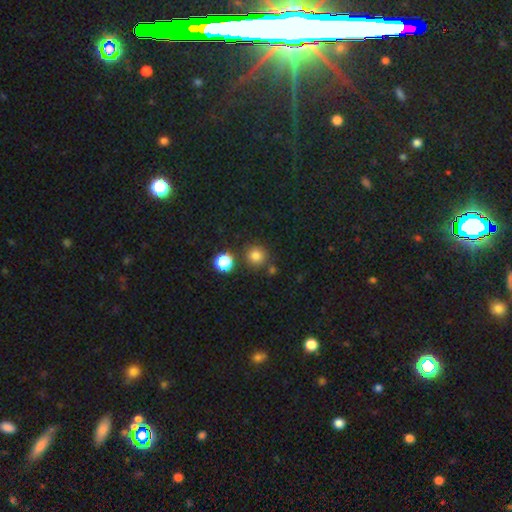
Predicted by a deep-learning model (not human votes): Smooth or featured? Predicted: smooth (p=0.81). How rounded? Predicted: round (p=0.93). Merging? Predicted: none (p=0.80).